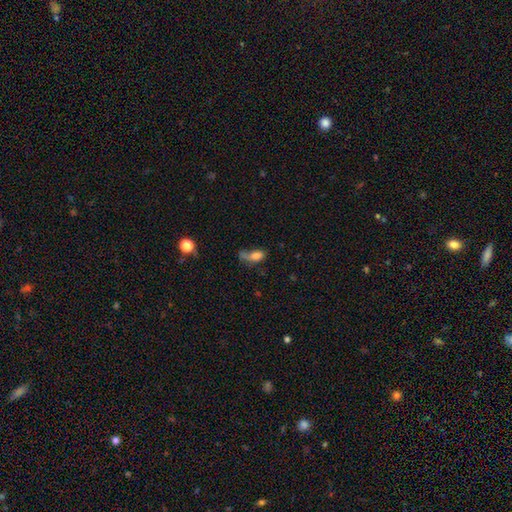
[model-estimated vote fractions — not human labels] A smooth galaxy with no disk features (71%) that is in between round and cigar-shaped (79%).

Vote fractions:
- Smooth or featured? smooth: 71% / featured or disk: 17% / star or artifact: 11%
- How rounded? in between: 79% / cigar-shaped: 11% / round: 10%
- Merging? major disturbance: 33% / none: 28% / minor disturbance: 24% / merger: 15%